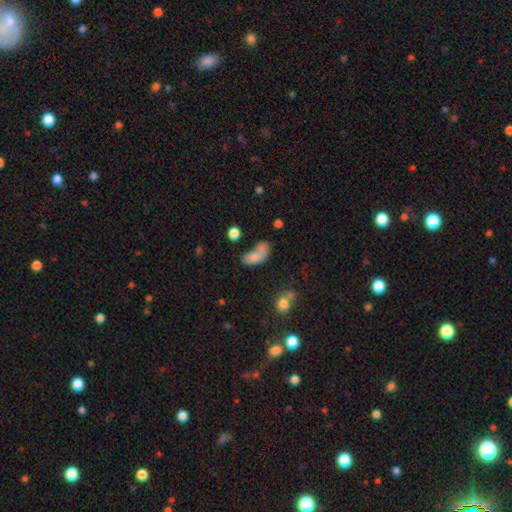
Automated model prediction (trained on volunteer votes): This appears to be a smooth galaxy with no disk features (73%) that is in between round and cigar-shaped (82%). Merging: merger (34%).